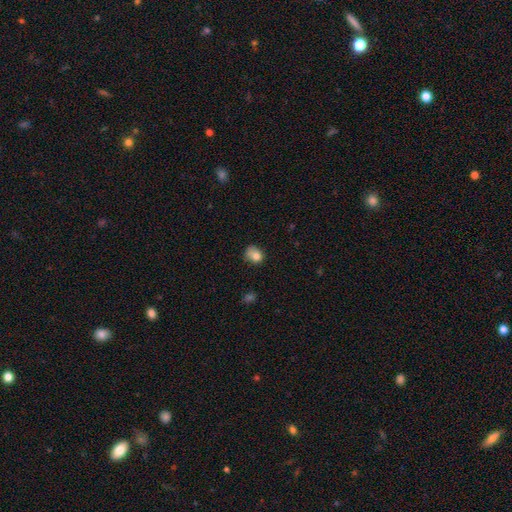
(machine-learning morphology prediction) A smooth galaxy with no disk features (77%) that is round (57%). Merging: none (47%).